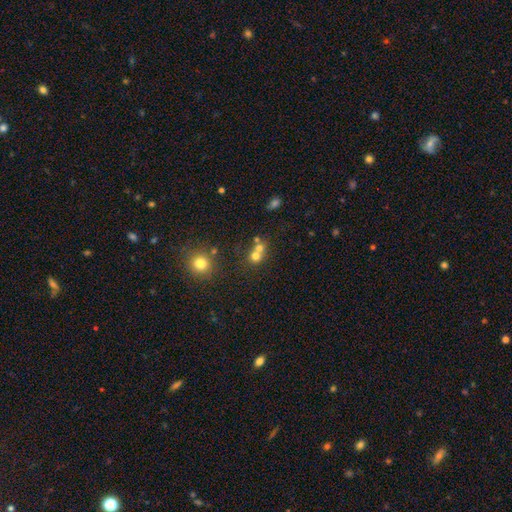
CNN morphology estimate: This appears to be a smooth galaxy with no disk features (69%) that is round (82%). Merging: merger (50%).